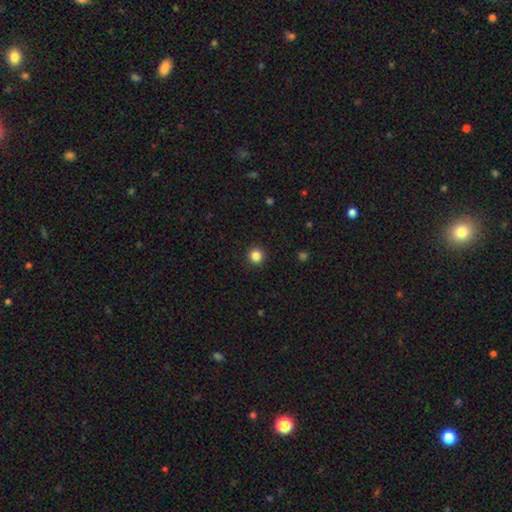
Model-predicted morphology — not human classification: This is clearly a smooth galaxy (85%). How rounded: clearly round (96%). Merging: clearly none (93%).